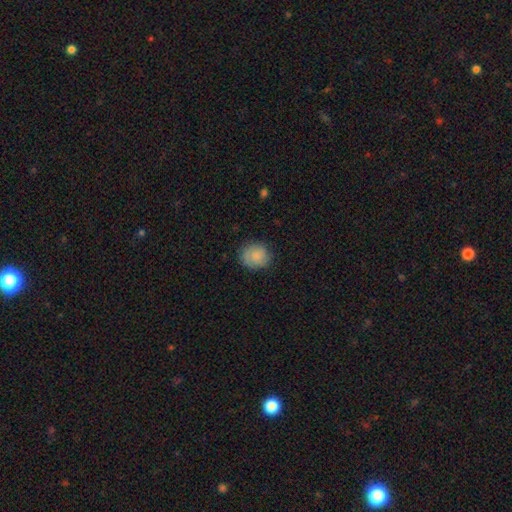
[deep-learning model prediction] Smooth or featured? Predicted: smooth (p=0.81). How rounded? Predicted: round (p=0.80). Merging? Predicted: none (p=0.81).